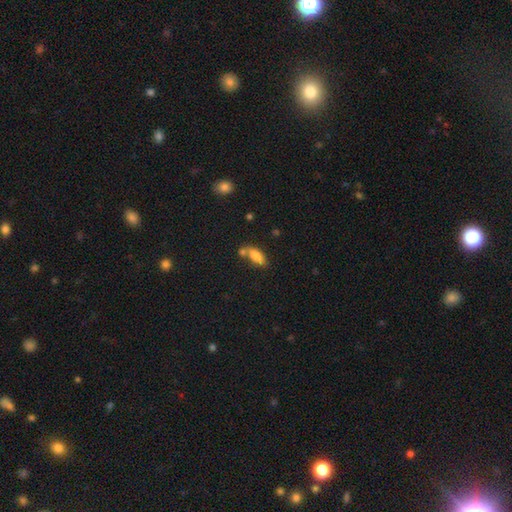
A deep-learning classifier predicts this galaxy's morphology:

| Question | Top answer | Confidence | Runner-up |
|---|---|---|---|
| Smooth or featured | smooth | 80% | featured or disk (11%) |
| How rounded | in between | 71% | cigar-shaped (27%) |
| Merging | none | 51% | merger (26%) |